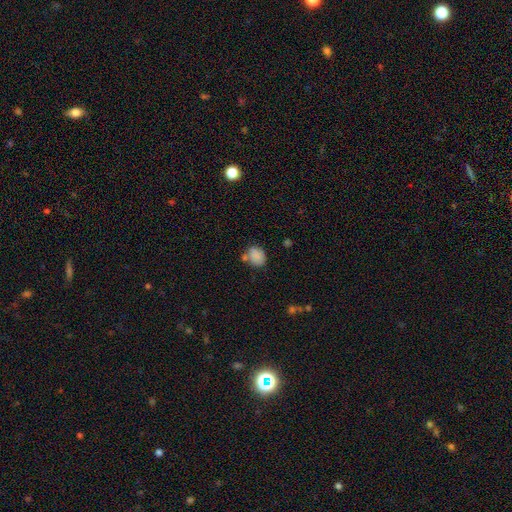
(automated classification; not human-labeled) Q: Smooth or featured?
A: smooth (83%); runner-up: star or artifact (9%)
Q: How rounded?
A: round (50%); runner-up: in between (49%)
Q: Merging?
A: none (56%); runner-up: minor disturbance (19%)